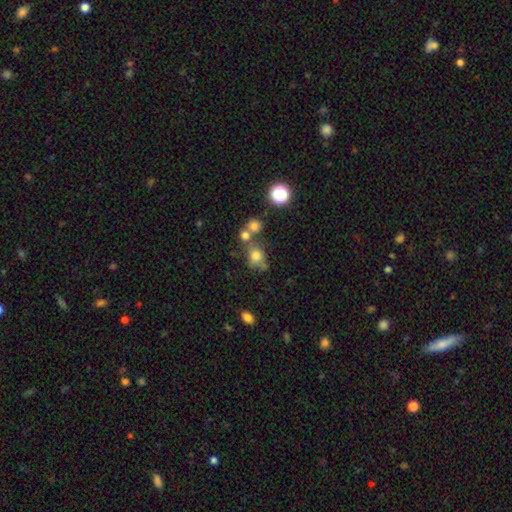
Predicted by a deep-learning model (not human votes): A smooth galaxy with no disk features (72%) that is round (69%). Merging: none (50%).